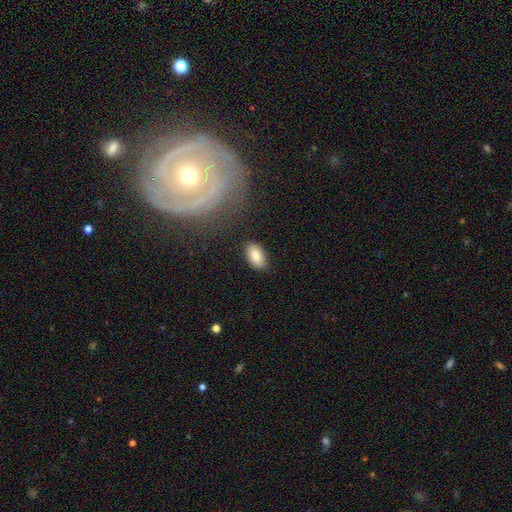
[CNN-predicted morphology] The model was most divided on "smooth or featured": smooth: 84%, featured or disk: 8%, star or artifact: 7%. More confident: how rounded — in between (93%); merging — none (87%).